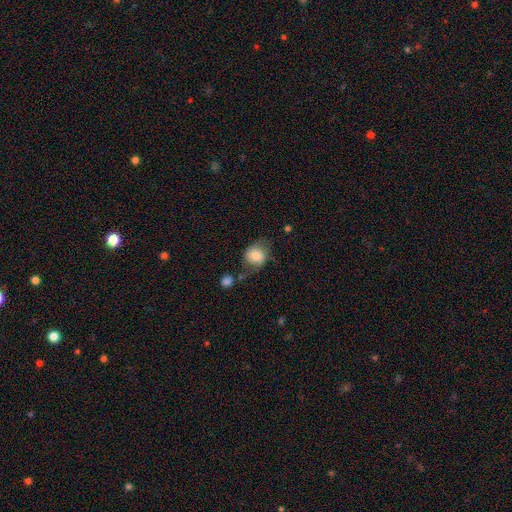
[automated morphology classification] smooth 73%, featured or disk 18%, star or artifact 8%. Down the decision tree: how rounded — round (71%); merging — none (53%).